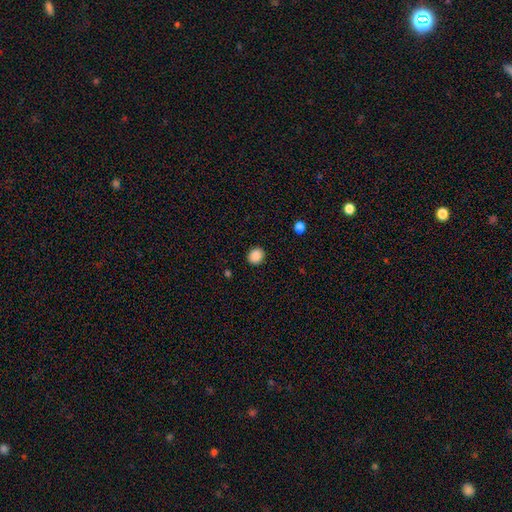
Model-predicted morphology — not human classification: smooth 88%, star or artifact 9%, featured or disk 3%. Down the decision tree: how rounded — round (70%); merging — none (90%).